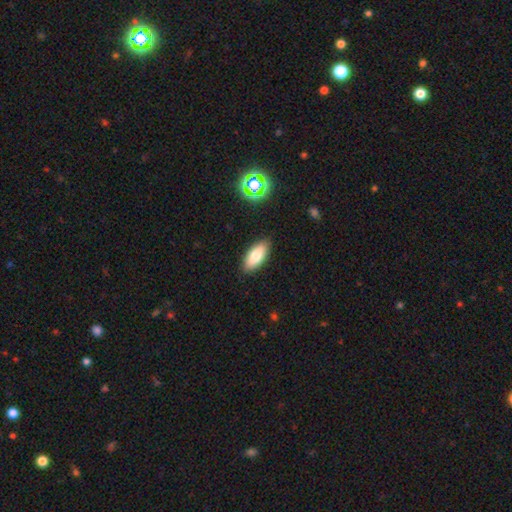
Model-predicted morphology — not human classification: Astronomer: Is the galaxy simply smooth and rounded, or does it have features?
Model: smooth — 80%.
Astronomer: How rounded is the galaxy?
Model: in between — 86%.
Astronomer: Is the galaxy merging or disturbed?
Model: none — 88%.